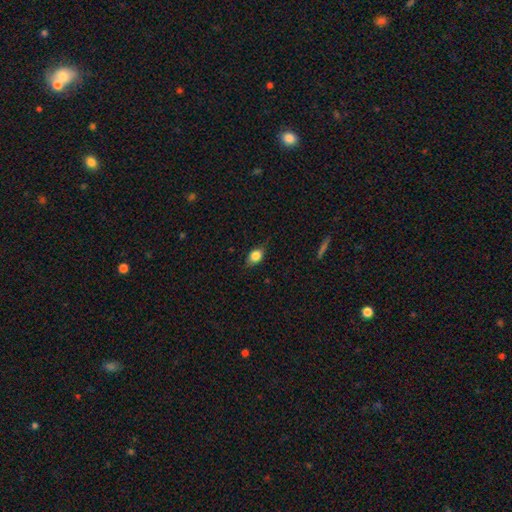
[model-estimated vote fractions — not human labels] A smooth galaxy with no disk features (78%) that is in between round and cigar-shaped (73%). Merging: none (74%).